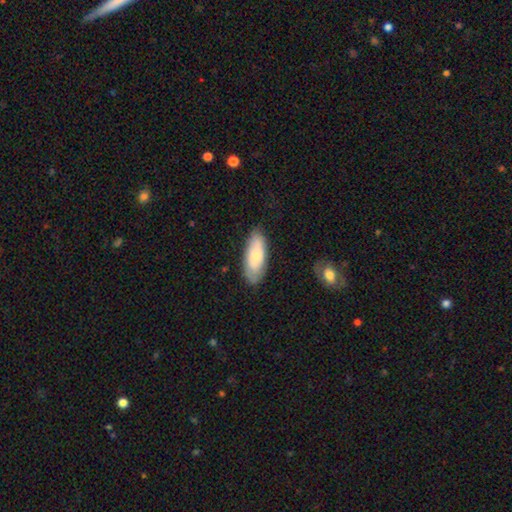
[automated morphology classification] Smooth or featured?
  - smooth: 65% *
  - featured or disk: 29%
  - star or artifact: 6%
How rounded?
  - in between: 79% *
  - cigar-shaped: 18%
  - round: 2%
Merging?
  - none: 79% *
  - minor disturbance: 16%
  - major disturbance: 3%
  - merger: 1%